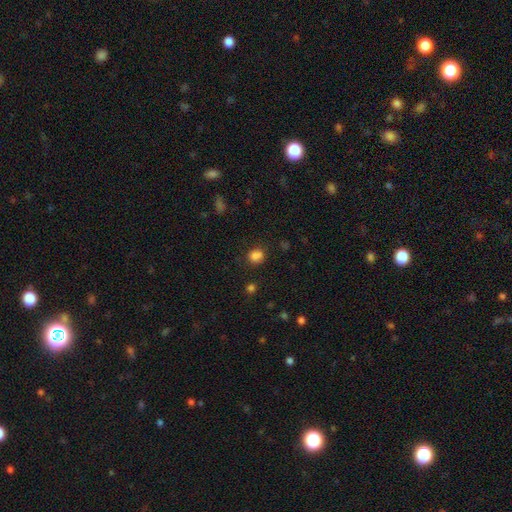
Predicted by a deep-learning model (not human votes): smooth-or-featured: smooth: 81% | star or artifact: 14% | featured or disk: 5%
  how-rounded: round: 75% | in between: 24% | cigar-shaped: 1%
  merging: none: 72% | minor disturbance: 16% | merger: 8% | major disturbance: 5%